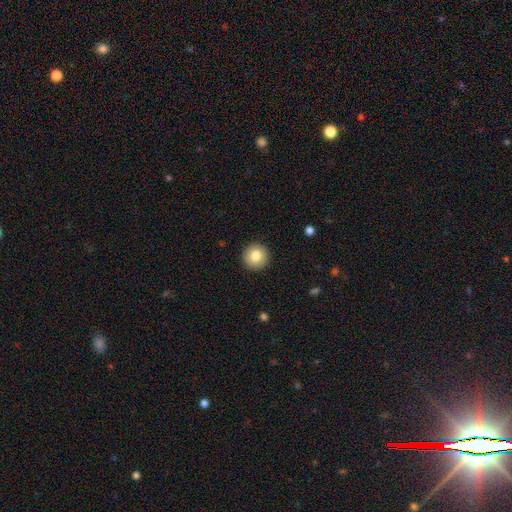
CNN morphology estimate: Smooth or featured? smooth (81%)
How rounded? round (96%)
Merging? none (93%)